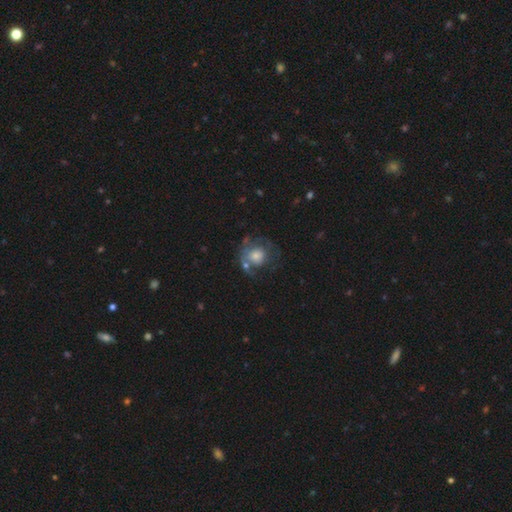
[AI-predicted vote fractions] This appears to be a smooth galaxy with no disk features (46%). Merging: none (50%).